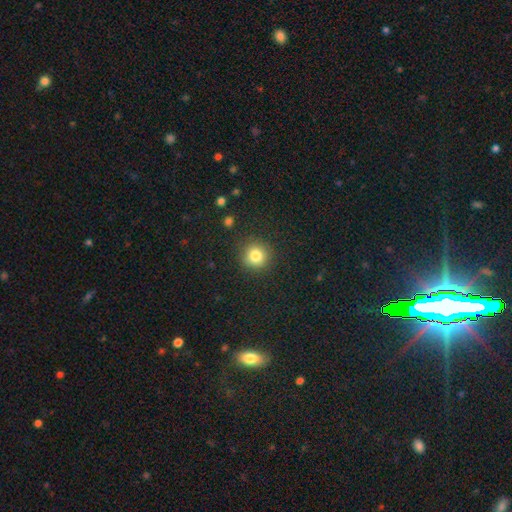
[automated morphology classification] Overall: smooth (82%). How rounded: round (92%). Merging: none (89%).